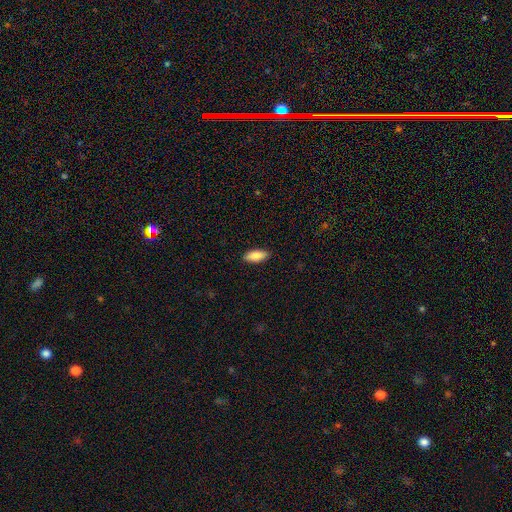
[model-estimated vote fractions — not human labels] The model was most divided on "how rounded": in between: 81%, cigar-shaped: 17%, round: 2%. More confident: merging — none (88%); smooth or featured — smooth (85%).